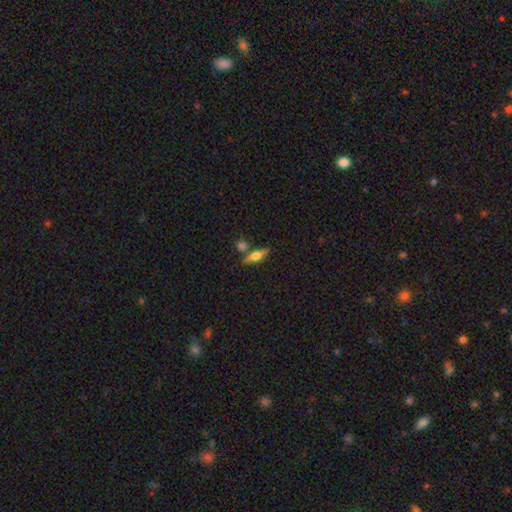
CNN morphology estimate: Overall: smooth (46%, tied with featured or disk). Merging: none (71%).